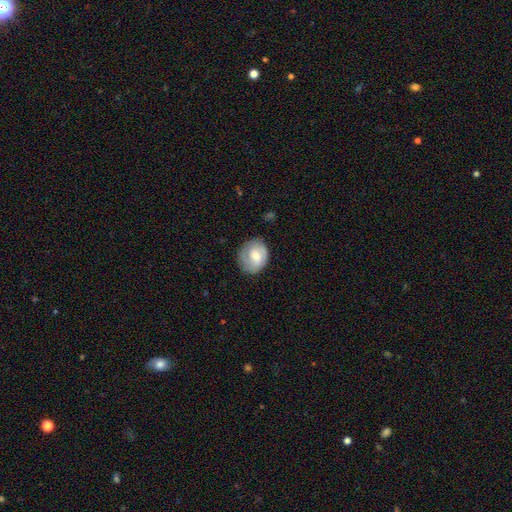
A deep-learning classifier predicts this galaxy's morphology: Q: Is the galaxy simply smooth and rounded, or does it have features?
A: smooth — 49%.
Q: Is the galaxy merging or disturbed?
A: none — 73%.